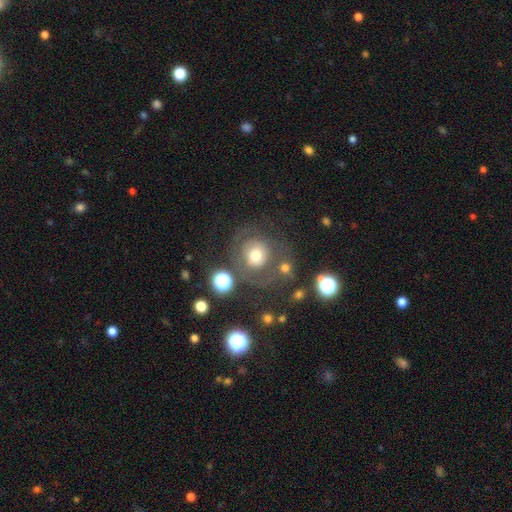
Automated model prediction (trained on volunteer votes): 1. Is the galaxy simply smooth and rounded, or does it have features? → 54% smooth, 32% featured or disk, 13% star or artifact.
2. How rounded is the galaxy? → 84% round, 15% in between, 1% cigar-shaped.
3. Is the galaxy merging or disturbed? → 60% none, 17% major disturbance, 15% minor disturbance, 8% merger.